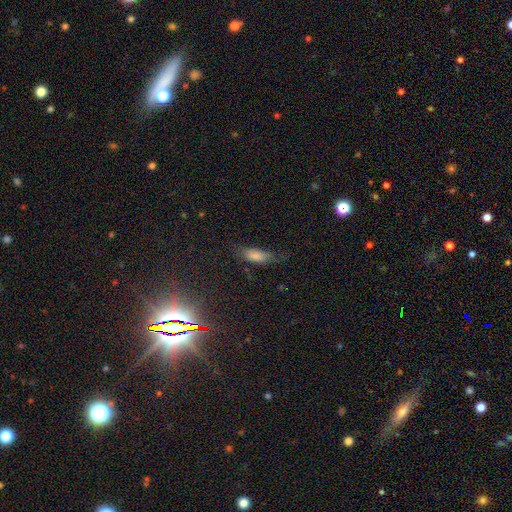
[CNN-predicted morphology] Smooth or featured? smooth (75%)
How rounded? in between (69%)
Merging? none (54%)